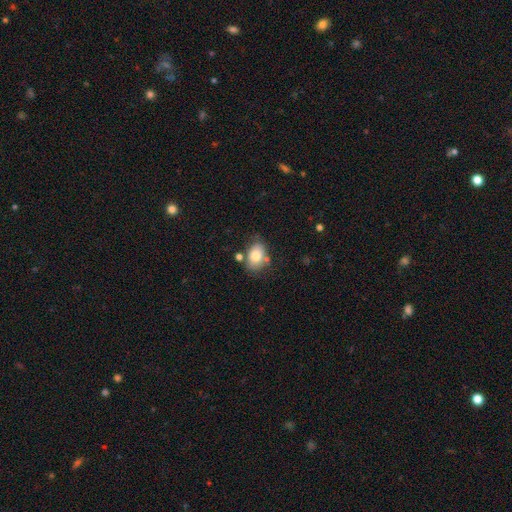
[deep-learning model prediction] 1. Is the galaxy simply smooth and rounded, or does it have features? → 78% smooth, 14% featured or disk, 9% star or artifact.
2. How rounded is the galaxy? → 77% in between, 21% round, 1% cigar-shaped.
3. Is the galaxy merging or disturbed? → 66% none, 19% minor disturbance, 10% merger, 5% major disturbance.